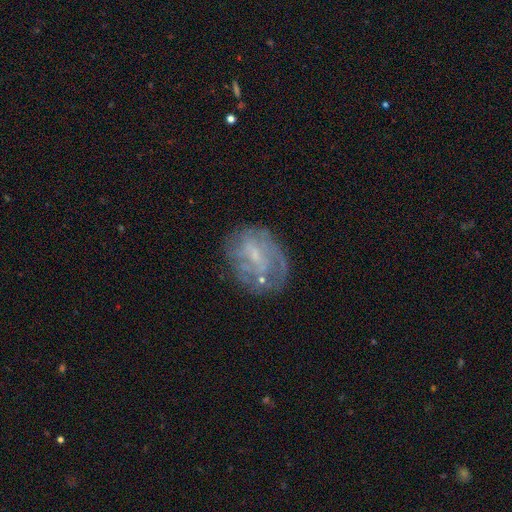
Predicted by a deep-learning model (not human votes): A featured or disk galaxy (65%) with no bar (48%), spiral arms (56%) and a small central bulge (58%). Merging: none (61%).